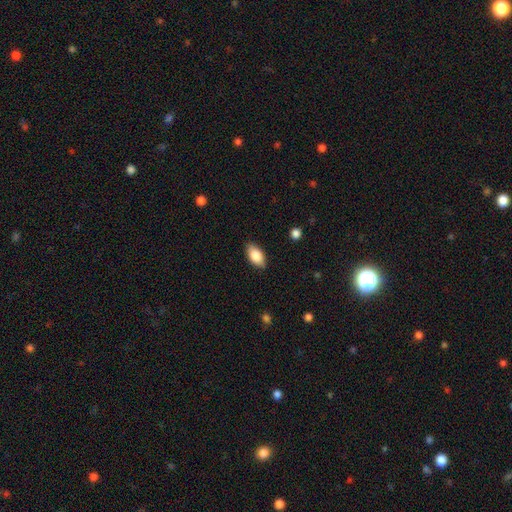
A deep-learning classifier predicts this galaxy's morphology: The model was most divided on "merging": none: 87%, minor disturbance: 10%, major disturbance: 2%, merger: 1%. More confident: how rounded — in between (93%); smooth or featured — smooth (85%).